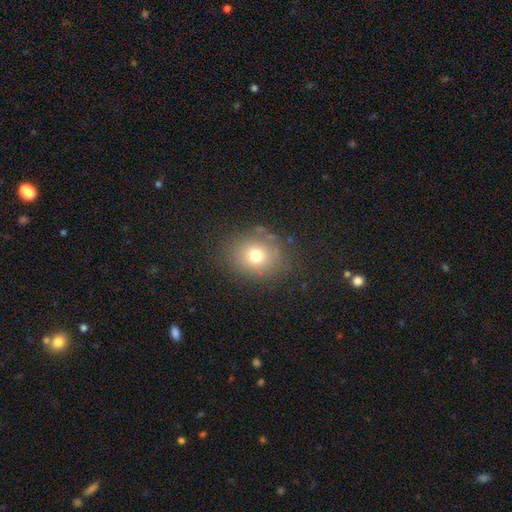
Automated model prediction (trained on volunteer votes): The model was most divided on "how rounded": round: 65%, in between: 34%, cigar-shaped: 1%. More confident: merging — none (82%); smooth or featured — smooth (73%).